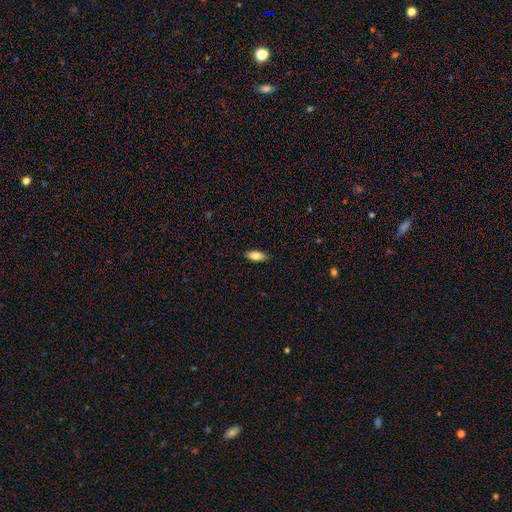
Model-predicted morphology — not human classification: The model was most divided on "how rounded": in between: 84%, cigar-shaped: 13%, round: 2%. More confident: merging — none (88%); smooth or featured — smooth (82%).